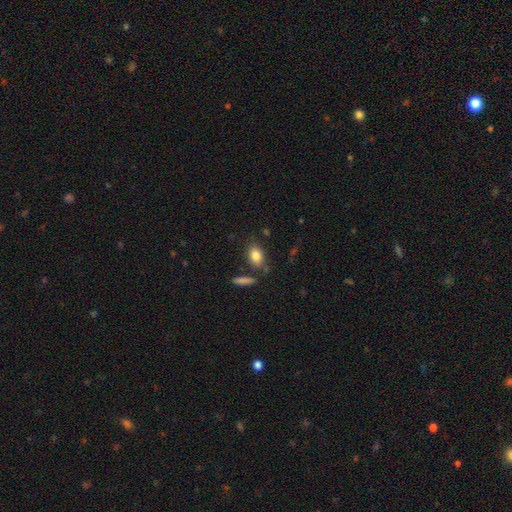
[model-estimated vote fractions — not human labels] Q: Smooth or featured?
A: smooth (84%); runner-up: featured or disk (8%)
Q: How rounded?
A: in between (83%); runner-up: round (14%)
Q: Merging?
A: none (74%); runner-up: minor disturbance (14%)